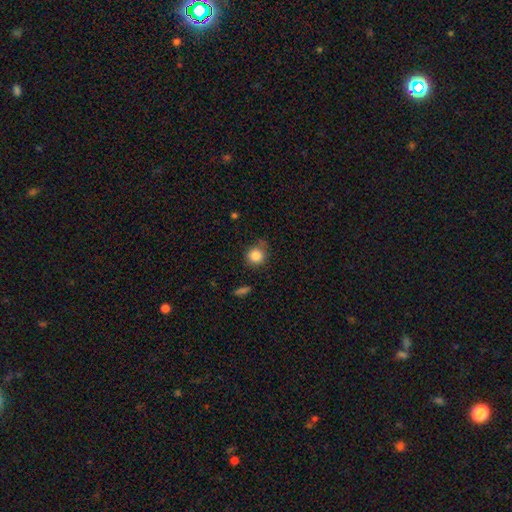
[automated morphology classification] smooth 85%, star or artifact 10%, featured or disk 5%. Down the decision tree: how rounded — round (88%); merging — none (71%).